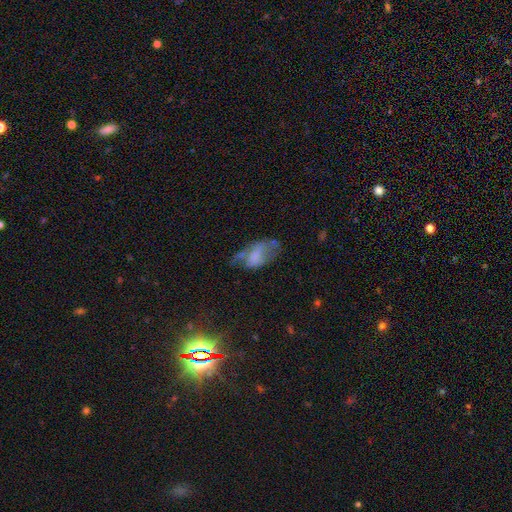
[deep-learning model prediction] The model was most divided on "merging" (2-way tie): major disturbance: 32%, none: 32%, minor disturbance: 29%, merger: 7%. More confident: how rounded — in between (92%); smooth or featured — smooth (52%).